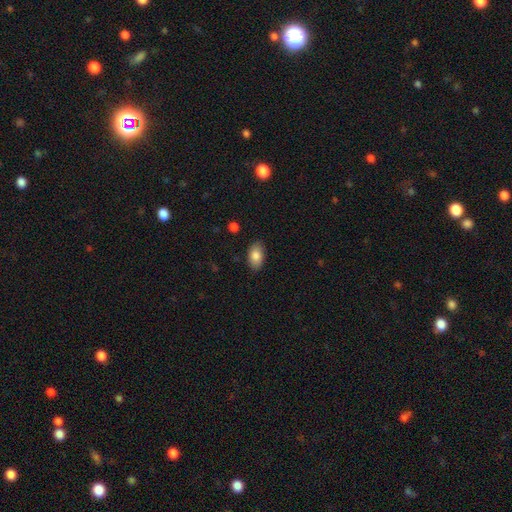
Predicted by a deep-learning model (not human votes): Smooth or featured?
  - smooth: 83% *
  - featured or disk: 10%
  - star or artifact: 7%
How rounded?
  - in between: 92% *
  - round: 6%
  - cigar-shaped: 2%
Merging?
  - none: 85% *
  - minor disturbance: 11%
  - major disturbance: 2%
  - merger: 1%